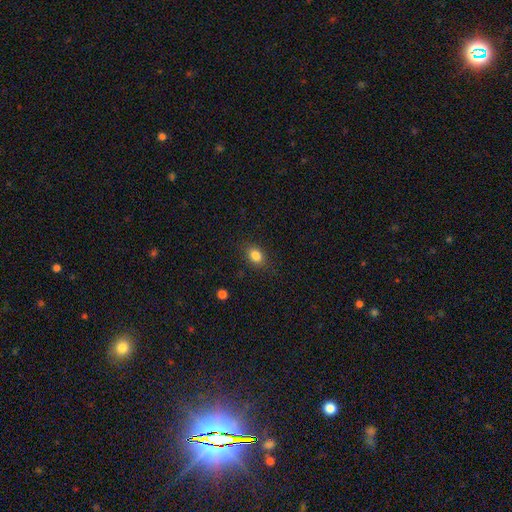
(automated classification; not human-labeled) Smooth or featured? smooth (83%)
How rounded? in between (68%)
Merging? none (84%)